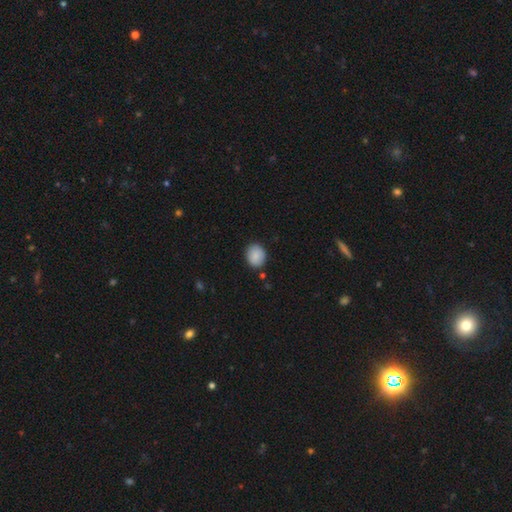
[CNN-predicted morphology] The model was most divided on "how rounded": round: 62%, in between: 37%, cigar-shaped: 1%. More confident: smooth or featured — smooth (87%); merging — none (84%).